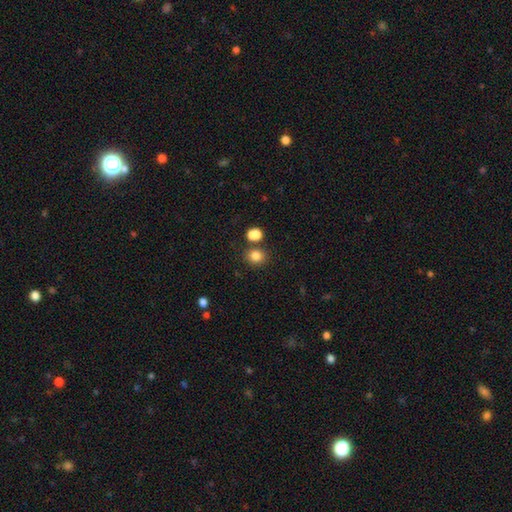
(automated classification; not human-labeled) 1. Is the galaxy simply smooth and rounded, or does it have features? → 82% smooth, 12% star or artifact, 5% featured or disk.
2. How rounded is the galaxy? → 74% round, 25% in between, 1% cigar-shaped.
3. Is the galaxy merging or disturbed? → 72% none, 15% merger, 9% minor disturbance, 3% major disturbance.